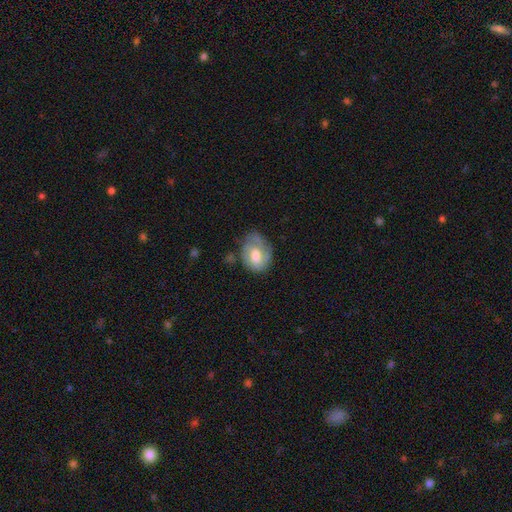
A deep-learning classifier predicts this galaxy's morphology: Smooth or featured? Predicted: smooth (p=0.51). How rounded? Predicted: in between (p=0.67). Merging? Predicted: none (p=0.48).